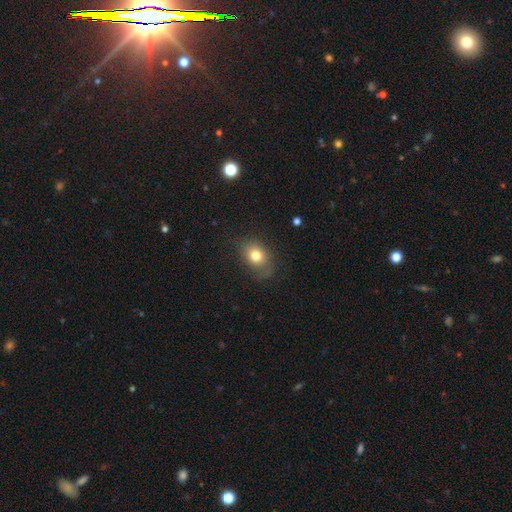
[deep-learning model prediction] Smooth or featured? Predicted: smooth (p=0.77). How rounded? Predicted: in between (p=0.60). Merging? Predicted: none (p=0.67).